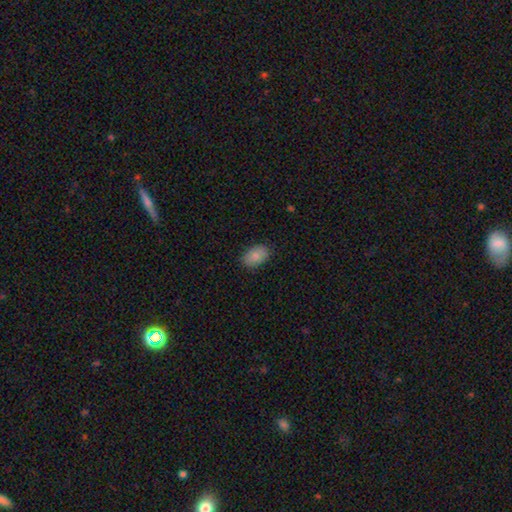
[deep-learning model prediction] Overall: smooth (88%). How rounded: in between (91%). Merging: none (85%).